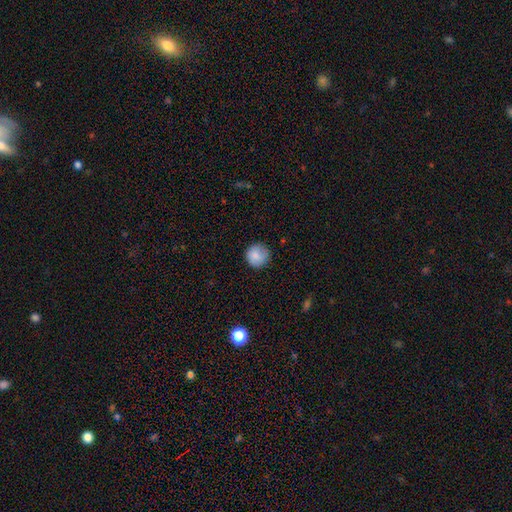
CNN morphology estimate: Q: Smooth or featured?
A: smooth (85%); runner-up: star or artifact (8%)
Q: How rounded?
A: round (94%); runner-up: in between (5%)
Q: Merging?
A: none (82%); runner-up: minor disturbance (13%)